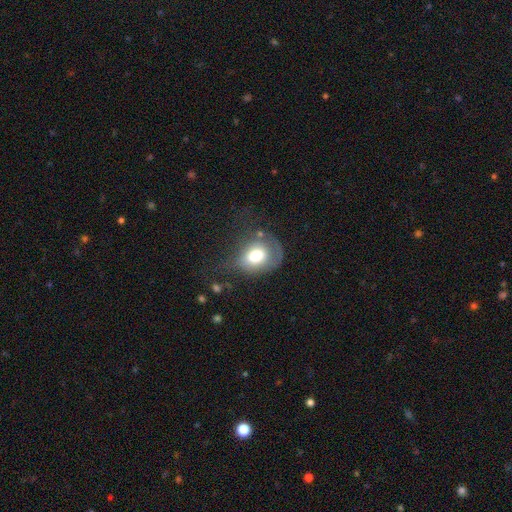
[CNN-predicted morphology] Smooth or featured: smooth — 67% (featured or disk — 24%)
How rounded: round — 52% (in between — 47%)
Merging: none — 39% (major disturbance — 31%)